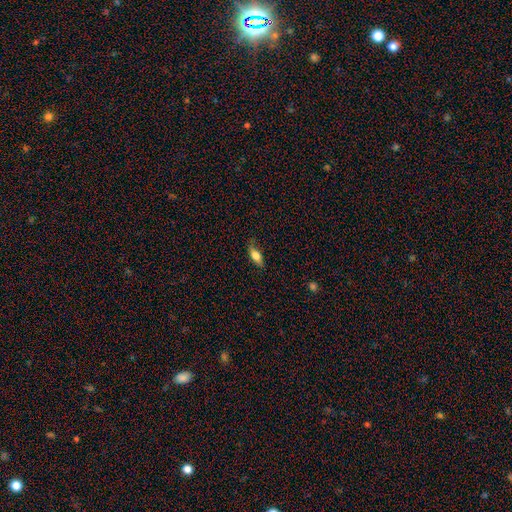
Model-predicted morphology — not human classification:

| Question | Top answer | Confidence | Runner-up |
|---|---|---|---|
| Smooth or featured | smooth | 71% | featured or disk (22%) |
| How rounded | in between | 74% | cigar-shaped (22%) |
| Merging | none | 73% | minor disturbance (21%) |